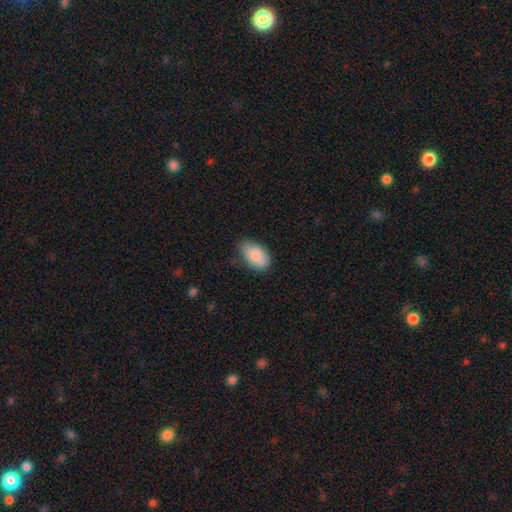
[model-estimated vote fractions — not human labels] A smooth galaxy with no disk features (86%) that is in between round and cigar-shaped (93%).

Vote fractions:
- Smooth or featured? smooth: 86% / featured or disk: 8% / star or artifact: 6%
- How rounded? in between: 93% / round: 5% / cigar-shaped: 2%
- Merging? none: 71% / minor disturbance: 24% / major disturbance: 4% / merger: 1%